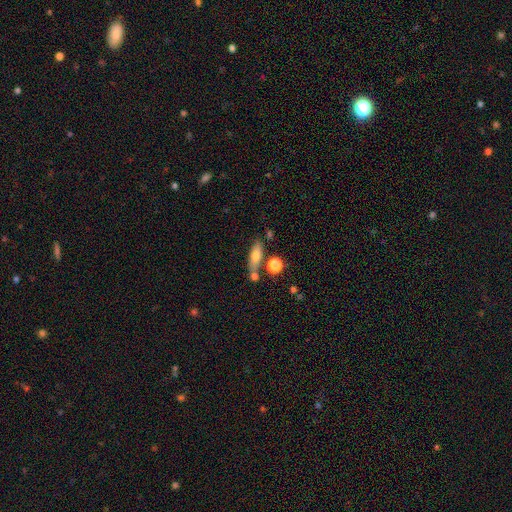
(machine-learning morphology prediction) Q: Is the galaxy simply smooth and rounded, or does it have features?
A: smooth — 72%.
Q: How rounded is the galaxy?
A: in between — 56%.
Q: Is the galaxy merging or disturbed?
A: none — 65%.